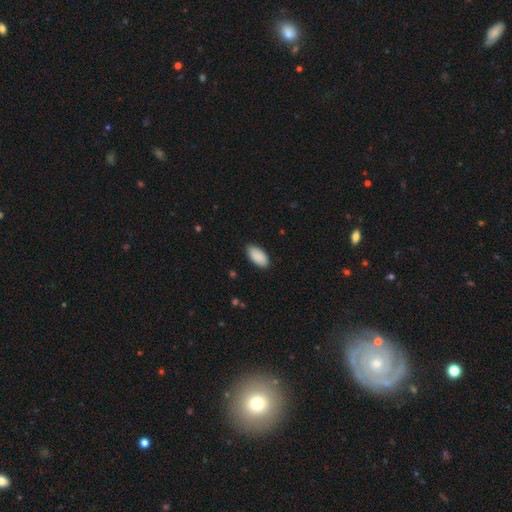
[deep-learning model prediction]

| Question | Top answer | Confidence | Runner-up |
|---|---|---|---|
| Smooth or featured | smooth | 91% | star or artifact (6%) |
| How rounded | in between | 95% | cigar-shaped (4%) |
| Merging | none | 87% | minor disturbance (10%) |